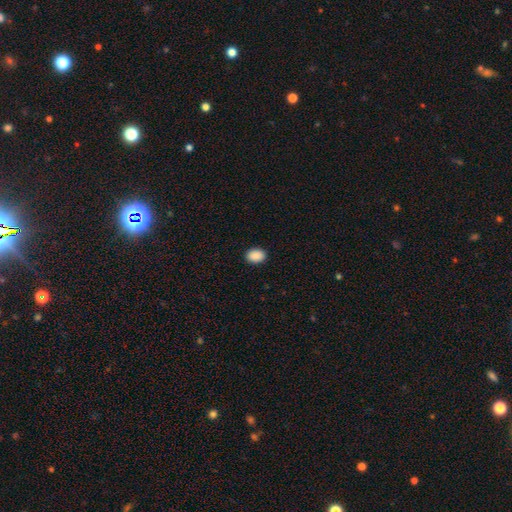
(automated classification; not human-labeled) Smooth or featured? Predicted: smooth (p=0.90). How rounded? Predicted: in between (p=0.71). Merging? Predicted: none (p=0.91).